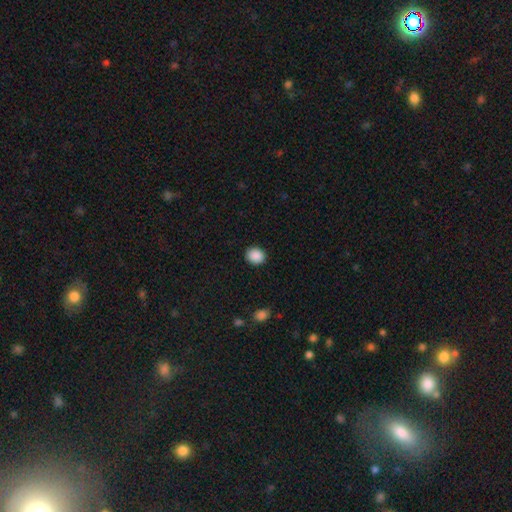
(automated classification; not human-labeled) smooth_or_featured: smooth (p=0.89) [alt: star or artifact p=0.08]
how_rounded: round (p=0.63) [alt: in between p=0.36]
merging: none (p=0.90) [alt: minor disturbance p=0.07]